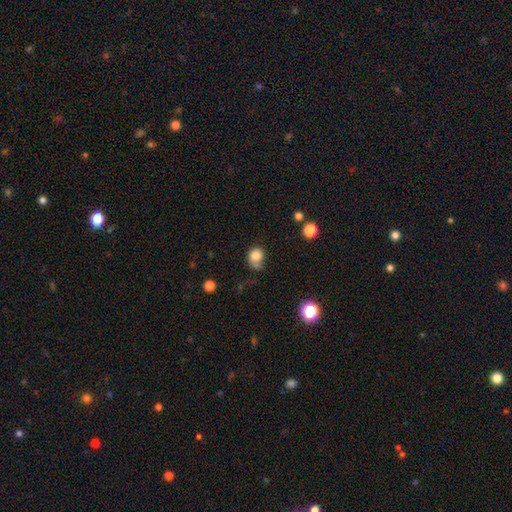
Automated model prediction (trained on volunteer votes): Morphology: type=smooth (79%); roundness=round (67%); merging=none (40%).